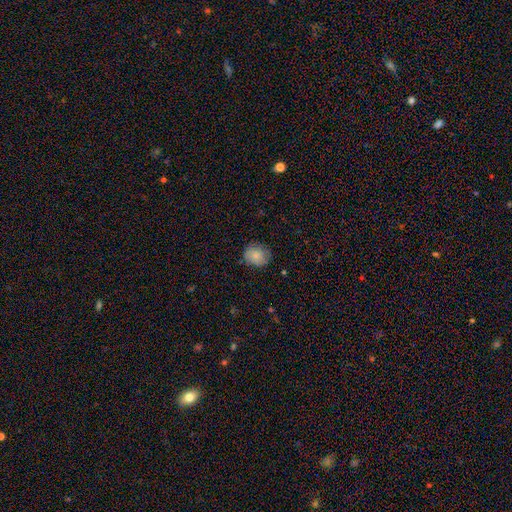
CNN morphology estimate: smooth_or_featured: smooth (p=0.80) [alt: featured or disk p=0.12]
how_rounded: round (p=0.70) [alt: in between p=0.29]
merging: none (p=0.76) [alt: minor disturbance p=0.19]